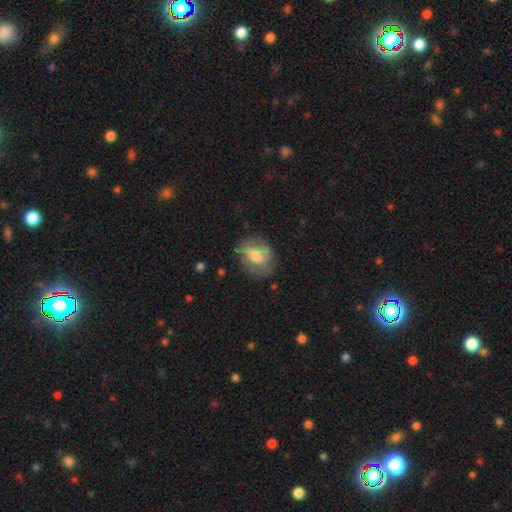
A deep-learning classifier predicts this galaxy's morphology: Smooth or featured? Predicted: smooth (p=0.54). How rounded? Predicted: in between (p=0.54). Merging? Predicted: none (p=0.68).